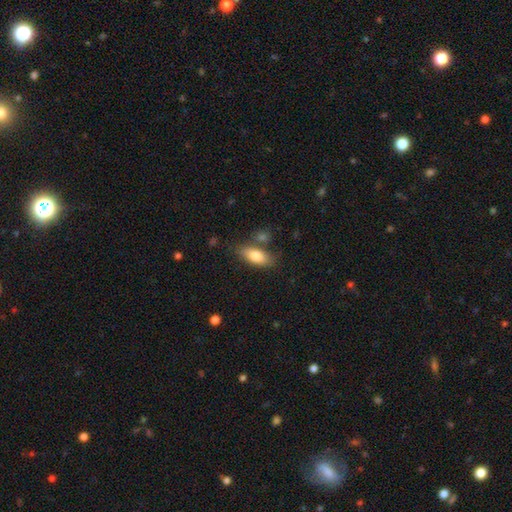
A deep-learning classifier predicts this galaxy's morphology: type=smooth (80%); roundness=in between (80%); merging=none (70%).